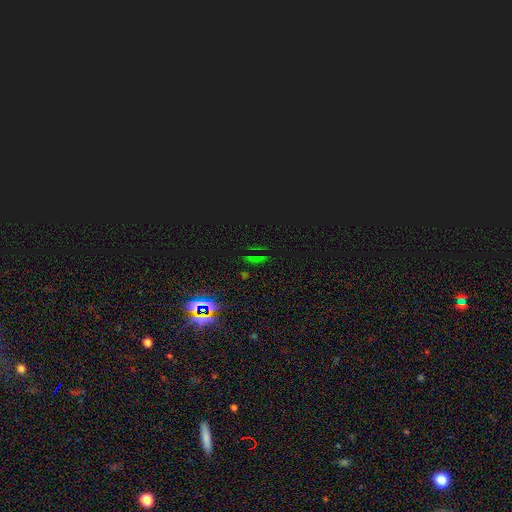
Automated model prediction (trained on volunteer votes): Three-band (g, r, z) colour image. It shows a star or artifact, not a galaxy (73%).